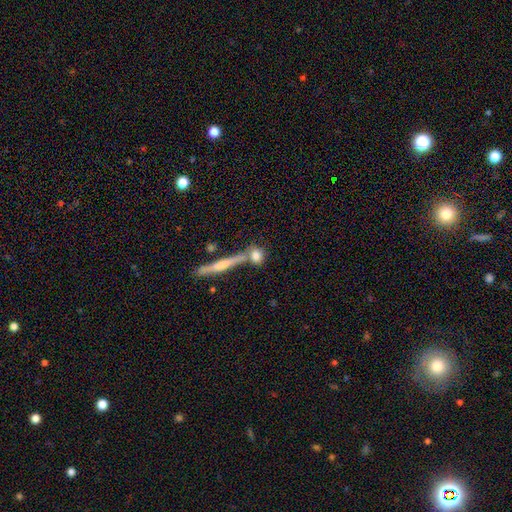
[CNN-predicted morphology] smooth_or_featured: smooth (p=0.75) [alt: featured or disk p=0.16]
how_rounded: round (p=0.63) [alt: in between p=0.21]
merging: none (p=0.63) [alt: merger p=0.23]